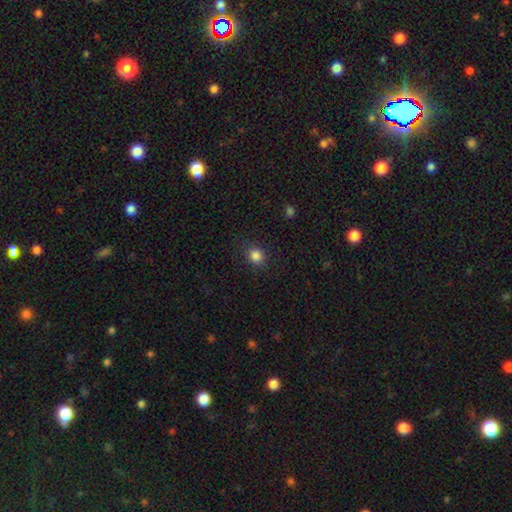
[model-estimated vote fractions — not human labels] Morphology: type=smooth (85%); roundness=round (75%); merging=none (84%).